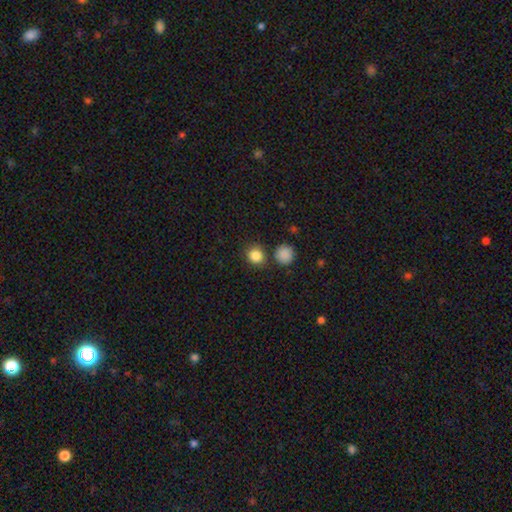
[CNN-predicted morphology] Overall: smooth (85%). How rounded: round (84%). Merging: none (79%).